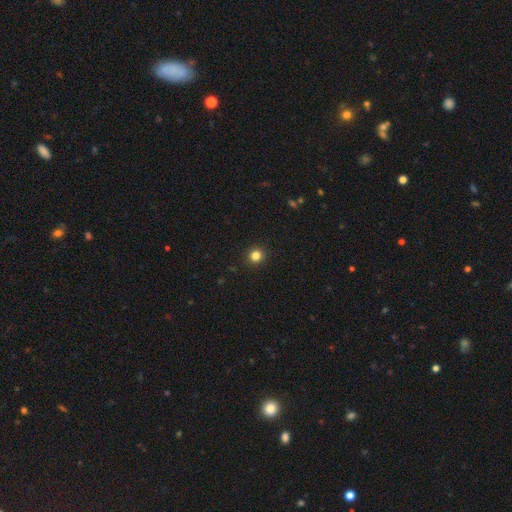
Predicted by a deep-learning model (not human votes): Smooth or featured: smooth — 83% (star or artifact — 13%)
How rounded: round — 93% (in between — 6%)
Merging: none — 93% (minor disturbance — 5%)